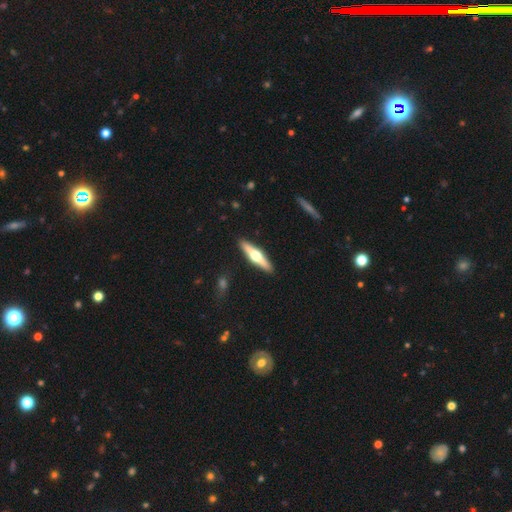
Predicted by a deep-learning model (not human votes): Q: Smooth or featured?
A: featured or disk (63%); runner-up: smooth (33%)
Q: Edge-on disk?
A: yes (96%); runner-up: no (4%)
Q: Edge-on bulge?
A: rounded (95%); runner-up: boxy (2%)
Q: Merging?
A: none (91%); runner-up: minor disturbance (7%)